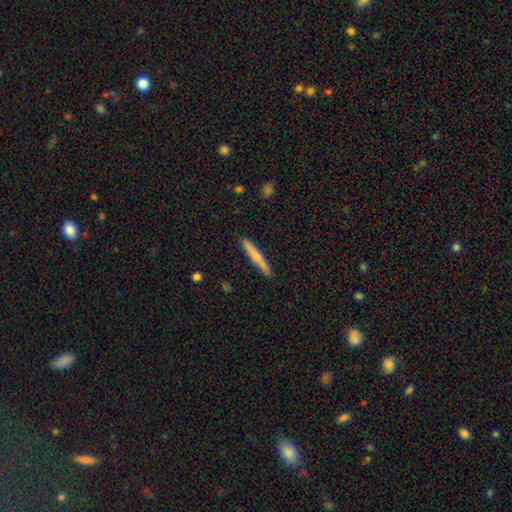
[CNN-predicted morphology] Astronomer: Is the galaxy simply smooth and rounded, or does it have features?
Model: smooth — 65%.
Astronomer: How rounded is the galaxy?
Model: cigar-shaped — 95%.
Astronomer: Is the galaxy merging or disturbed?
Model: none — 90%.